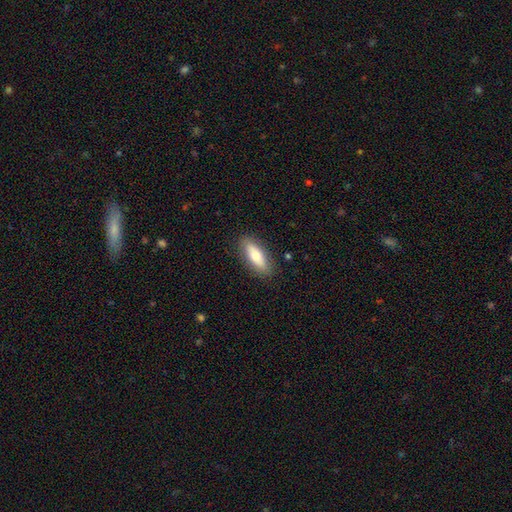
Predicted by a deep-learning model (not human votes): The model was most divided on "how rounded": in between: 70%, cigar-shaped: 28%, round: 2%. More confident: merging — none (86%); smooth or featured — smooth (69%).